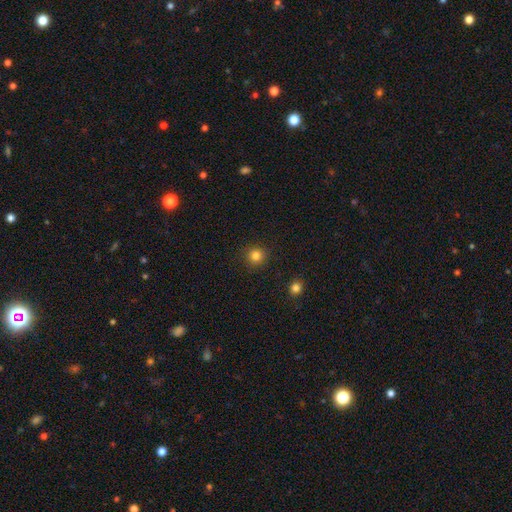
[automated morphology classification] type=smooth (82%); roundness=round (94%); merging=none (91%).